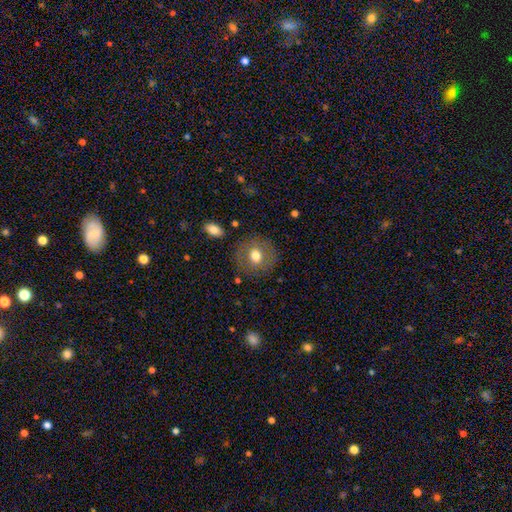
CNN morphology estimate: smooth 66%, featured or disk 25%, star or artifact 9%. Down the decision tree: how rounded — round (84%); merging — none (83%).